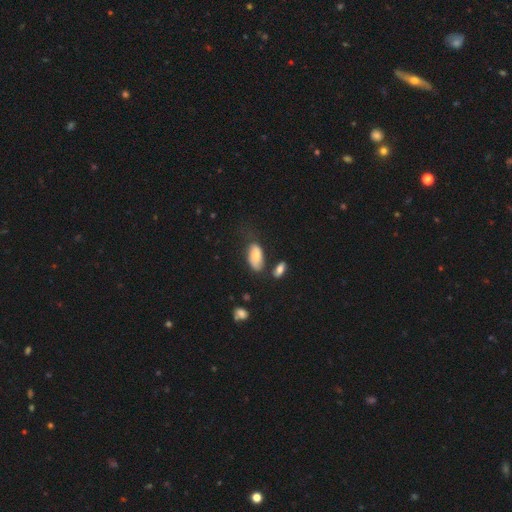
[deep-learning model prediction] The model was most divided on "merging": none: 53%, minor disturbance: 26%, major disturbance: 11%, merger: 10%. More confident: how rounded — in between (92%); smooth or featured — smooth (71%).